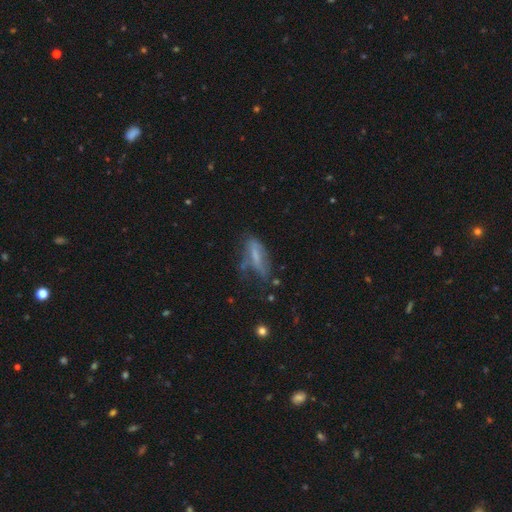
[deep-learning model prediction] This is marginally a smooth galaxy (44%, tied with featured or disk). Merging: marginally none (40%).